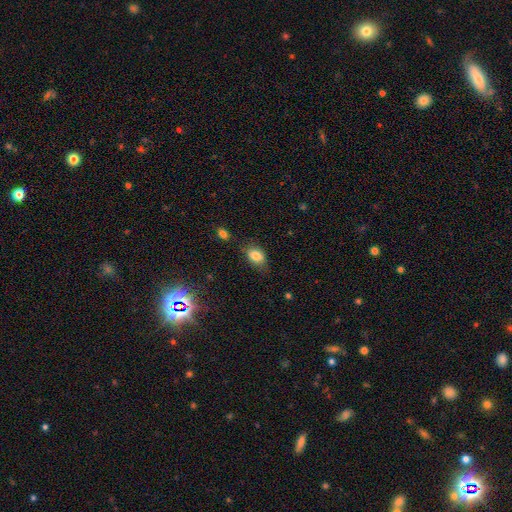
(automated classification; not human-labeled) The model was most divided on "merging": none: 69%, minor disturbance: 23%, major disturbance: 5%, merger: 3%. More confident: smooth or featured — smooth (82%); how rounded — in between (79%).